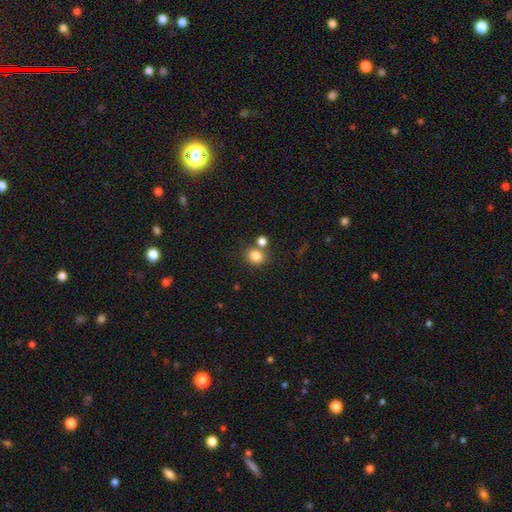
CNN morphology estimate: smooth 82%, star or artifact 12%, featured or disk 7%. Down the decision tree: how rounded — round (76%); merging — none (65%).